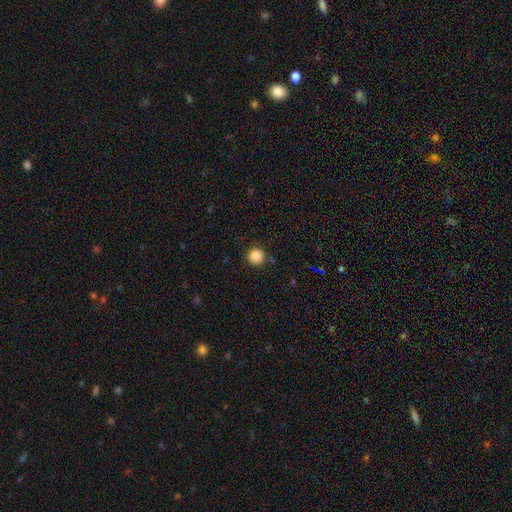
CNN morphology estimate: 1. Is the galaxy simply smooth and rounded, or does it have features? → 86% smooth, 11% star or artifact, 3% featured or disk.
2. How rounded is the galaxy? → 95% round, 4% in between, 1% cigar-shaped.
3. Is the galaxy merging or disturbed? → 88% none, 7% minor disturbance, 2% major disturbance, 2% merger.